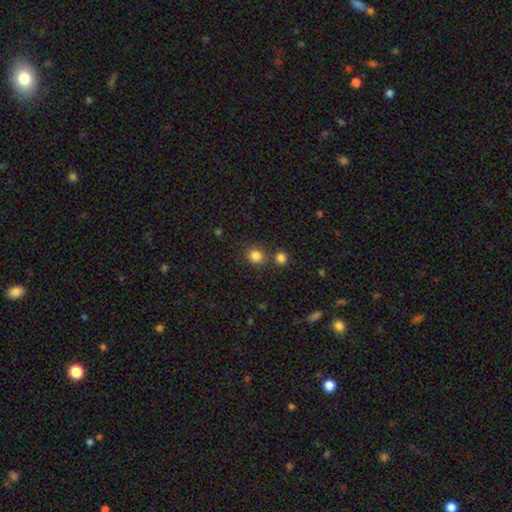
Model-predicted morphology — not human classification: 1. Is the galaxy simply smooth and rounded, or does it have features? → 84% smooth, 12% star or artifact, 4% featured or disk.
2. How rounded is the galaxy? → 82% round, 17% in between, 1% cigar-shaped.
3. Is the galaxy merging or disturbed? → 73% none, 15% merger, 9% minor disturbance, 3% major disturbance.